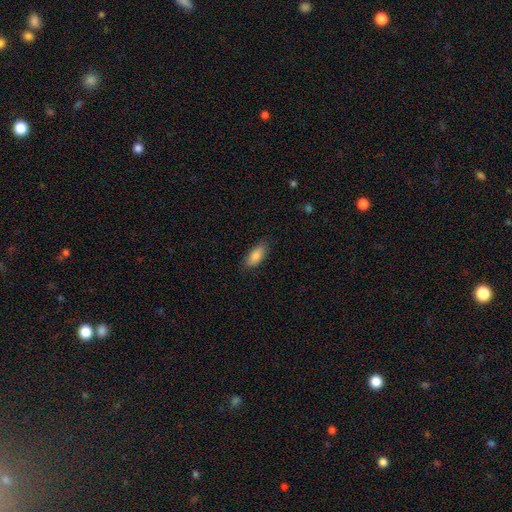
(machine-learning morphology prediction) This is clearly a smooth galaxy (85%). How rounded: clearly in between (82%). Merging: clearly none (82%).